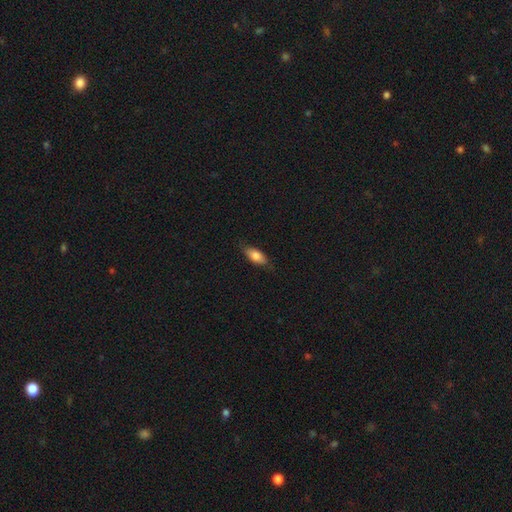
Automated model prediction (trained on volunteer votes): smooth 78%, featured or disk 15%, star or artifact 7%. Down the decision tree: how rounded — in between (82%); merging — none (77%).